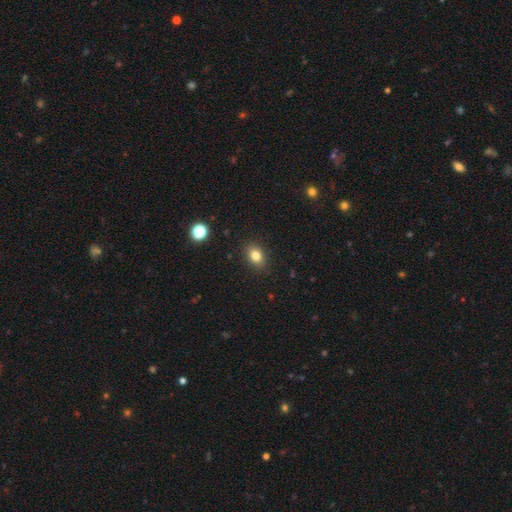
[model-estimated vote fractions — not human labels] Q: Smooth or featured?
A: smooth (82%); runner-up: star or artifact (11%)
Q: How rounded?
A: in between (64%); runner-up: round (34%)
Q: Merging?
A: none (88%); runner-up: minor disturbance (8%)